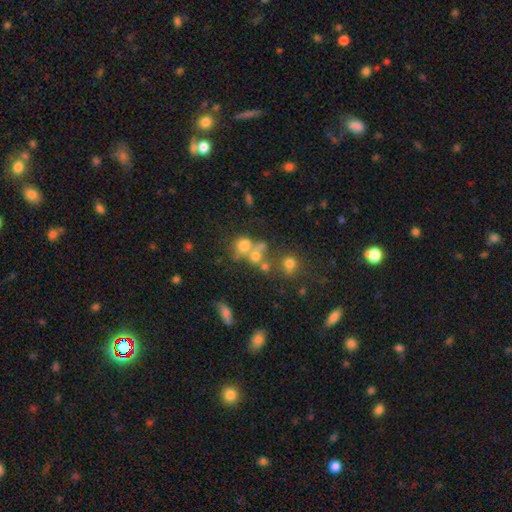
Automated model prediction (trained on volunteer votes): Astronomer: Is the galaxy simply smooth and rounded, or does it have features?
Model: smooth — 62%.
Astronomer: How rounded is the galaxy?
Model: round — 71%.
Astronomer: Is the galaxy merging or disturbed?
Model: merger — 45% (runner-up: none, 37%).